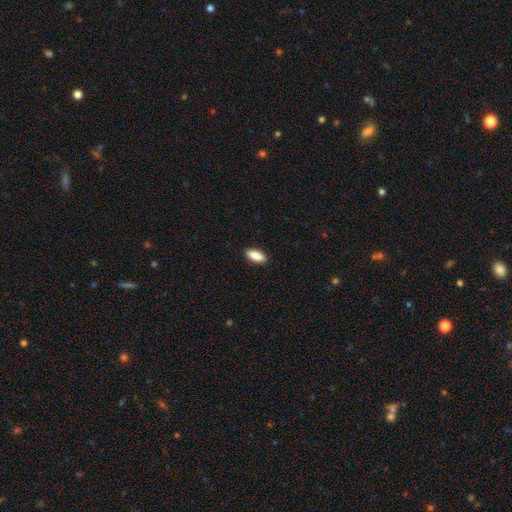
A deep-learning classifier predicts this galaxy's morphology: The model was most divided on "how rounded": in between: 84%, cigar-shaped: 14%, round: 2%. More confident: merging — none (90%); smooth or featured — smooth (89%).